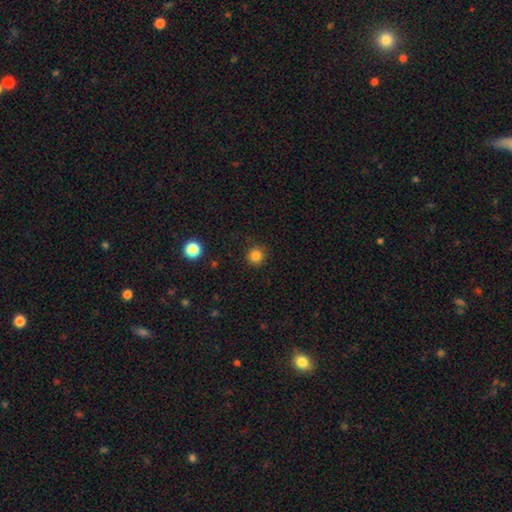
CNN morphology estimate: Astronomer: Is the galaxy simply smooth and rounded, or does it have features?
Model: smooth — 83%.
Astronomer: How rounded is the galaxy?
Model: round — 94%.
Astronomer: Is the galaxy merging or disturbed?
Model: none — 90%.